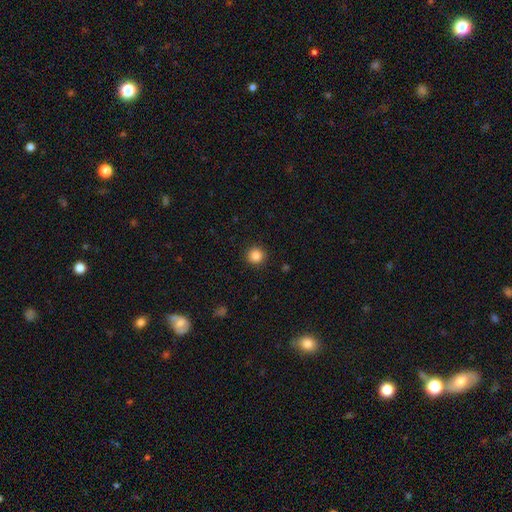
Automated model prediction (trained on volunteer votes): smooth_or_featured: smooth (p=0.86) [alt: star or artifact p=0.10]
how_rounded: round (p=0.94) [alt: in between p=0.05]
merging: none (p=0.92) [alt: minor disturbance p=0.05]